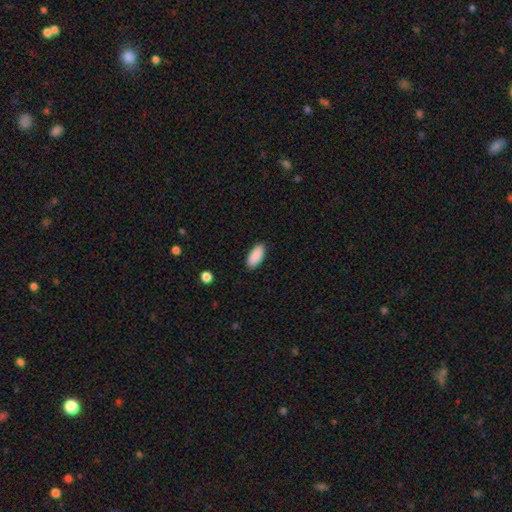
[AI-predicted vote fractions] The model was most divided on "how rounded": in between: 89%, cigar-shaped: 9%, round: 2%. More confident: smooth or featured — smooth (90%); merging — none (89%).